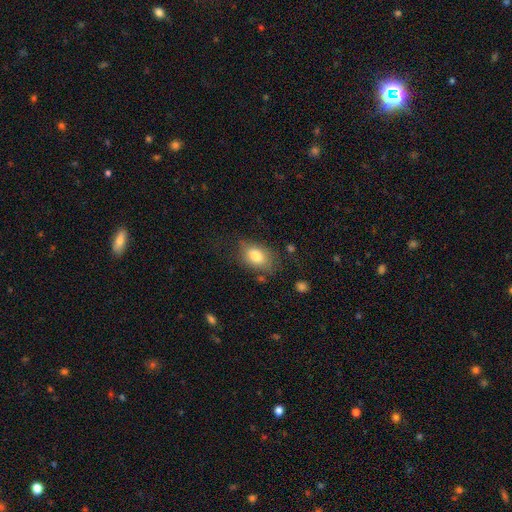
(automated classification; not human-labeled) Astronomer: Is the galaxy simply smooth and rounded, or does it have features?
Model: smooth — 79%.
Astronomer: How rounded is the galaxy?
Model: in between — 84%.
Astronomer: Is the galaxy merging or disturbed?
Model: none — 64%.